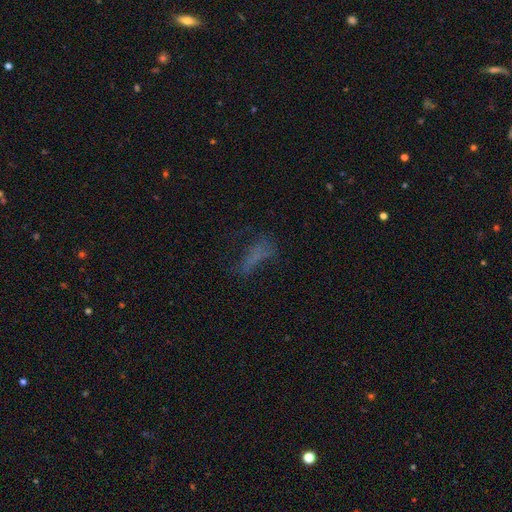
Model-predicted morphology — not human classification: A smooth galaxy with no disk features (49%). Merging: none (43%).